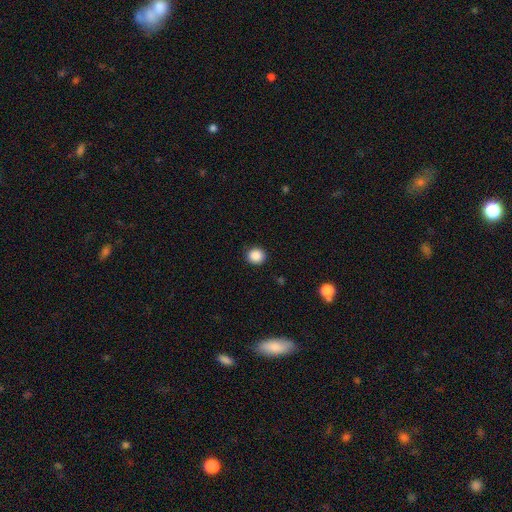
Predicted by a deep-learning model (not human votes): This is clearly a smooth galaxy (88%). How rounded: clearly round (88%). Merging: clearly none (91%).